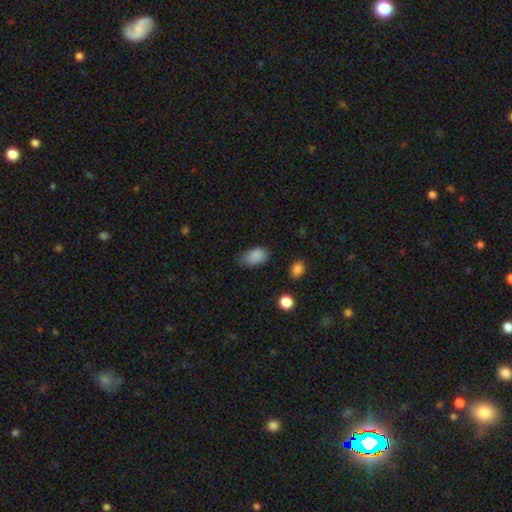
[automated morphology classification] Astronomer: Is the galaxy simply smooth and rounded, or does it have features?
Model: smooth — 86%.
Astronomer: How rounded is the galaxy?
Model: in between — 85%.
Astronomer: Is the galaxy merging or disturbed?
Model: none — 64%.